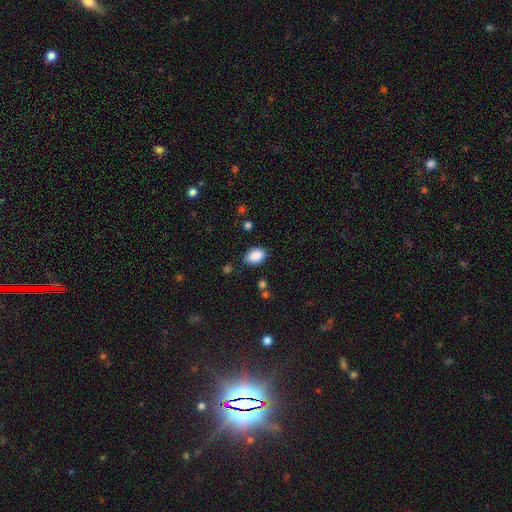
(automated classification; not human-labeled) This is clearly a smooth galaxy (89%). How rounded: clearly in between (87%). Merging: likely none (80%).